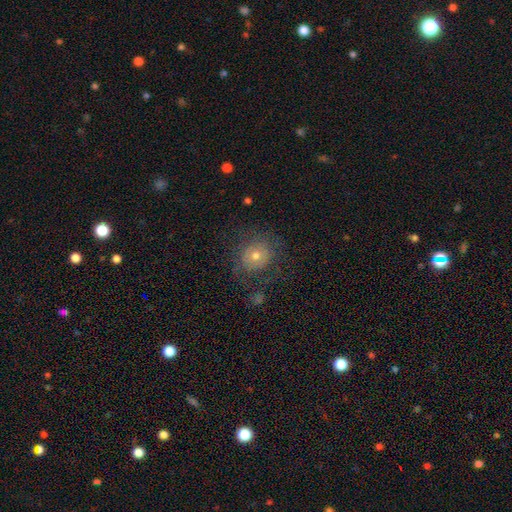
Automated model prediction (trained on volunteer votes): Smooth or featured? smooth (57%)
How rounded? round (78%)
Merging? none (71%)